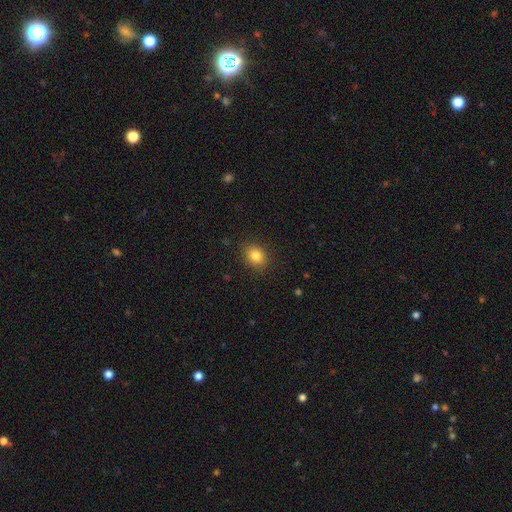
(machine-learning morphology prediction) smooth 83%, star or artifact 11%, featured or disk 6%. Down the decision tree: how rounded — round (58%); merging — none (89%).